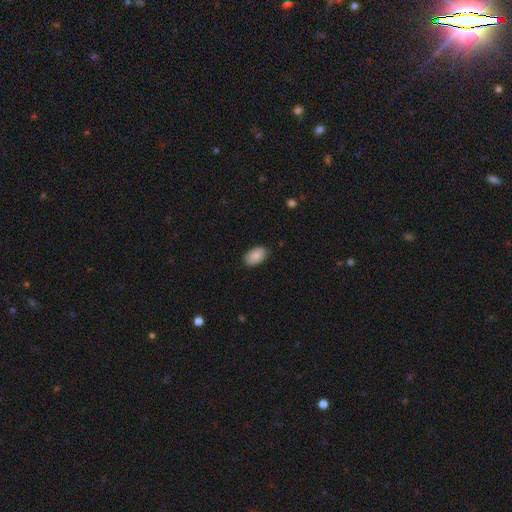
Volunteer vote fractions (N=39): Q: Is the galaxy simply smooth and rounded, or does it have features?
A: smooth — 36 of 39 (92%).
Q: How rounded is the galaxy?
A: in between — 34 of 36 (94%).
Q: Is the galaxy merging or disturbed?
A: none — 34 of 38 (89%).